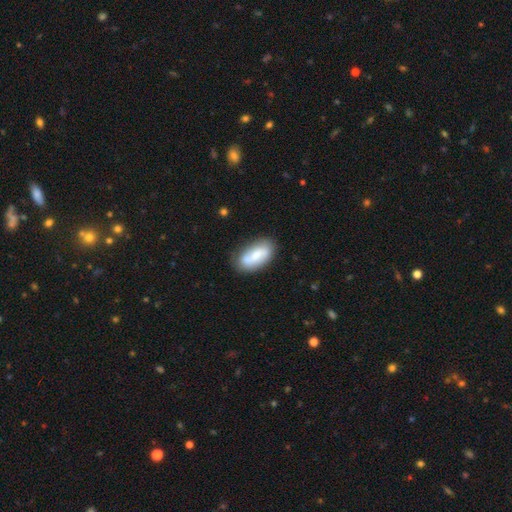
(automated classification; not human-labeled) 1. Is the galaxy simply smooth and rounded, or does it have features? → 52% smooth, 41% featured or disk, 6% star or artifact.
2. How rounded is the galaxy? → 91% in between, 6% cigar-shaped, 4% round.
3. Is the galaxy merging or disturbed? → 74% none, 17% minor disturbance, 5% merger, 5% major disturbance.